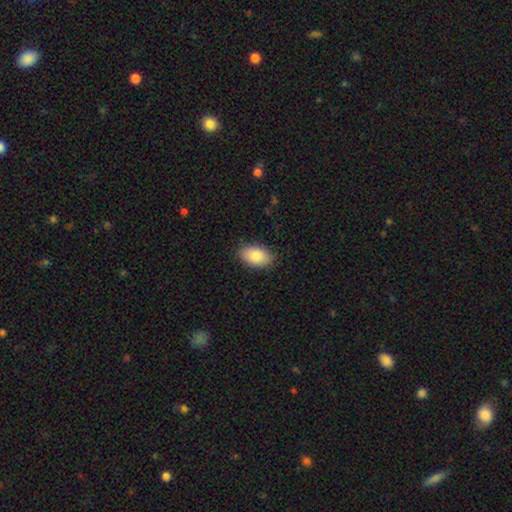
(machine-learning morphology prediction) Smooth or featured: smooth — 86% (featured or disk — 8%)
How rounded: in between — 93% (round — 6%)
Merging: none — 86% (minor disturbance — 11%)